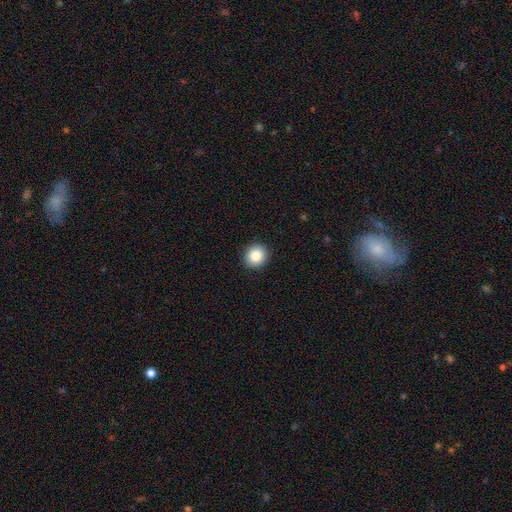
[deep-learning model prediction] A smooth galaxy with no disk features (85%) that is round (89%).

Vote fractions:
- Smooth or featured? smooth: 85% / star or artifact: 9% / featured or disk: 6%
- How rounded? round: 89% / in between: 10% / cigar-shaped: 1%
- Merging? none: 92% / minor disturbance: 5% / major disturbance: 2% / merger: 1%